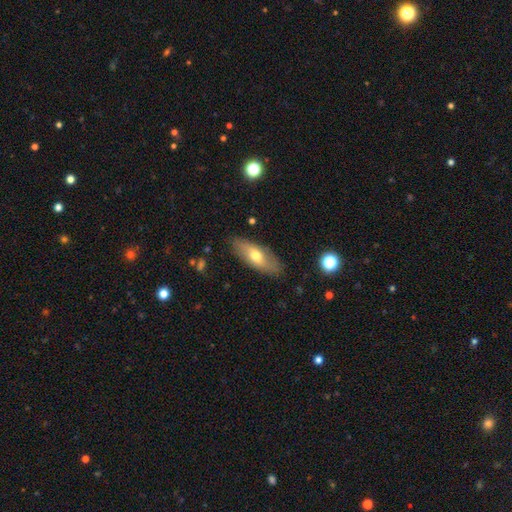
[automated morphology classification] Smooth or featured?
  - smooth: 59% *
  - featured or disk: 35%
  - star or artifact: 6%
How rounded?
  - in between: 73% *
  - cigar-shaped: 23%
  - round: 3%
Merging?
  - none: 84% *
  - minor disturbance: 12%
  - major disturbance: 3%
  - merger: 1%